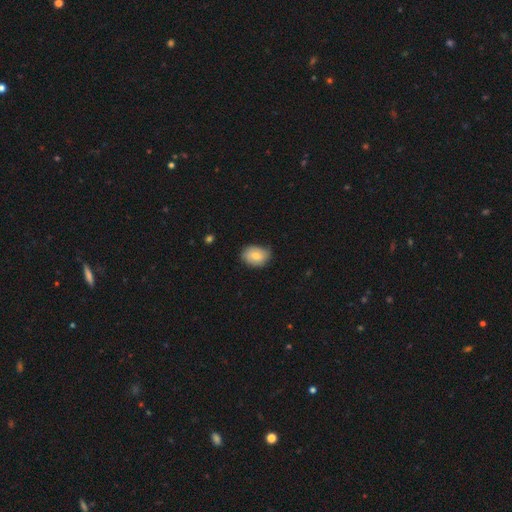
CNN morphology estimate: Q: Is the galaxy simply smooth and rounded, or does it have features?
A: smooth — 77%.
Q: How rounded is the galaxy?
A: in between — 65%.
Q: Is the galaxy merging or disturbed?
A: none — 72%.